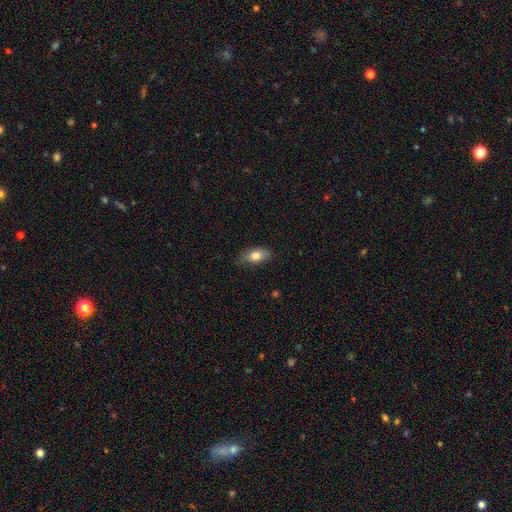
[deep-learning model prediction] smooth-or-featured: smooth: 81% | featured or disk: 11% | star or artifact: 7%
  how-rounded: in between: 88% | round: 6% | cigar-shaped: 6%
  merging: none: 74% | minor disturbance: 21% | major disturbance: 4% | merger: 1%